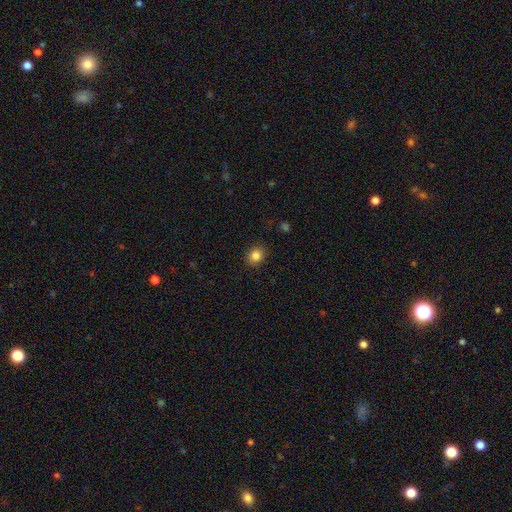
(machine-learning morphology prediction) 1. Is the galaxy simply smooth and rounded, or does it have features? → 84% smooth, 10% star or artifact, 5% featured or disk.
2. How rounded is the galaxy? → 66% round, 33% in between, 1% cigar-shaped.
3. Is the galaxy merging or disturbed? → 89% none, 8% minor disturbance, 2% major disturbance, 1% merger.